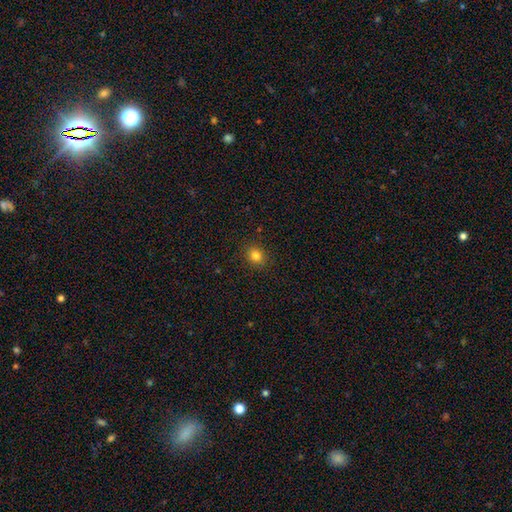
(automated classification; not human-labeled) Smooth or featured?
  - smooth: 82% *
  - star or artifact: 13%
  - featured or disk: 6%
How rounded?
  - round: 77% *
  - in between: 22%
  - cigar-shaped: 1%
Merging?
  - none: 90% *
  - minor disturbance: 7%
  - major disturbance: 2%
  - merger: 1%